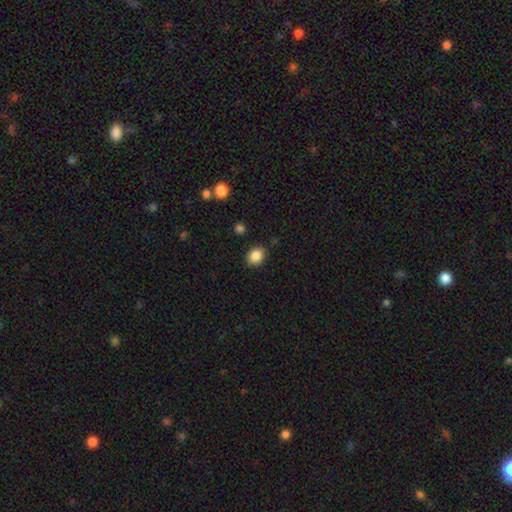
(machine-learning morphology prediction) Smooth or featured? Predicted: smooth (p=0.87). How rounded? Predicted: in between (p=0.57). Merging? Predicted: none (p=0.86).